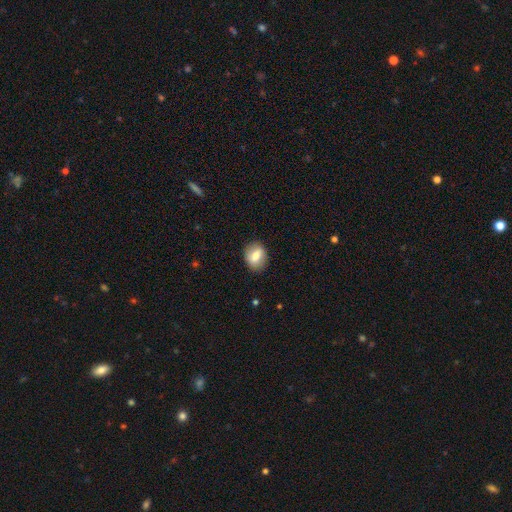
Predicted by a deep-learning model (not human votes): Overall: smooth (70%). How rounded: in between (52%; round 46%). Merging: none (85%).